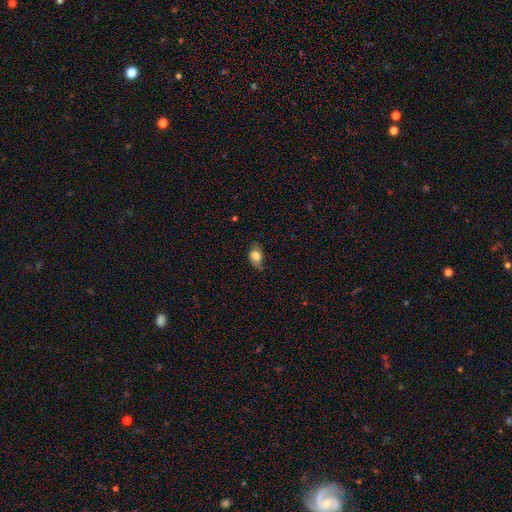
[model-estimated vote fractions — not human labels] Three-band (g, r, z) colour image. It shows a smooth galaxy with no disk features (77%) that is in between round and cigar-shaped (78%). Merging: none (59%).